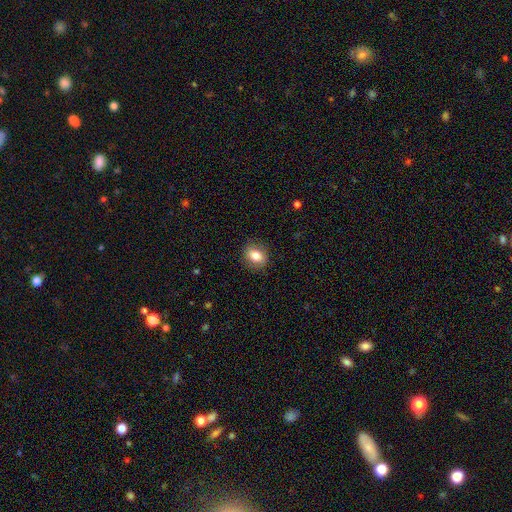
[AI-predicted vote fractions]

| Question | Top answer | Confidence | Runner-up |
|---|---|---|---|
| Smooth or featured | smooth | 80% | featured or disk (12%) |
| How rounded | in between | 58% | round (40%) |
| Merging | none | 85% | minor disturbance (11%) |